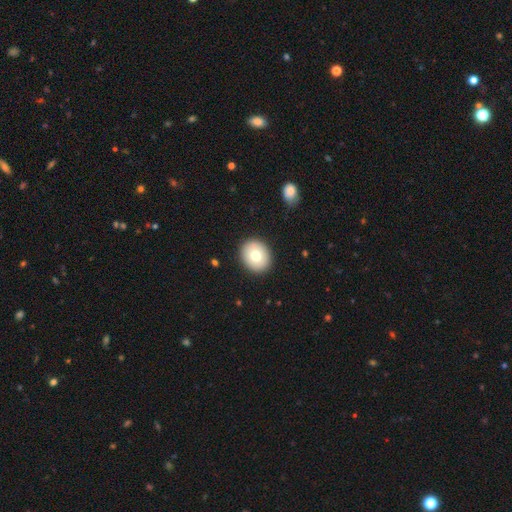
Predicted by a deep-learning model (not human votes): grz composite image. It shows a smooth galaxy with no disk features (73%) that is round (69%). Merging: none (91%).